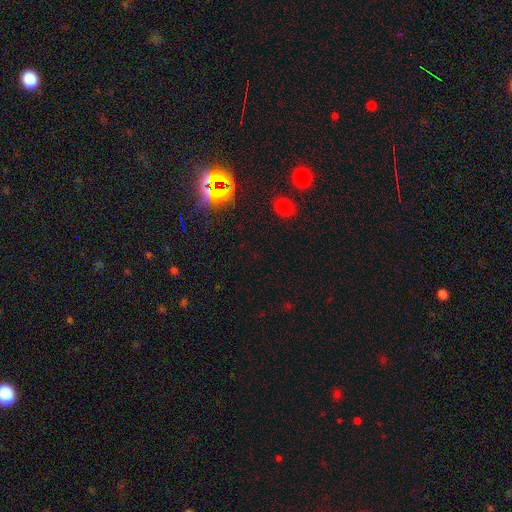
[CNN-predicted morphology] A star or artifact, not a galaxy (63%).

Vote fractions:
- Smooth or featured? star or artifact: 63% / smooth: 28% / featured or disk: 8%